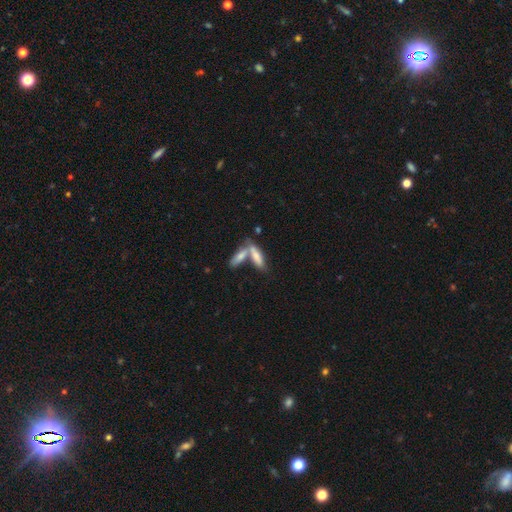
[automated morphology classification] smooth-or-featured: smooth: 72% | featured or disk: 21% | star or artifact: 7%
  how-rounded: cigar-shaped: 55% | in between: 43% | round: 2%
  merging: merger: 52% | none: 36% | minor disturbance: 9% | major disturbance: 4%